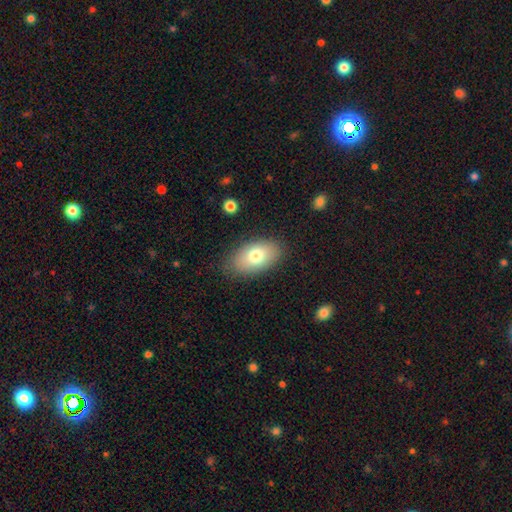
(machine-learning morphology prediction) type=smooth (75%); roundness=in between (93%); merging=none (83%).